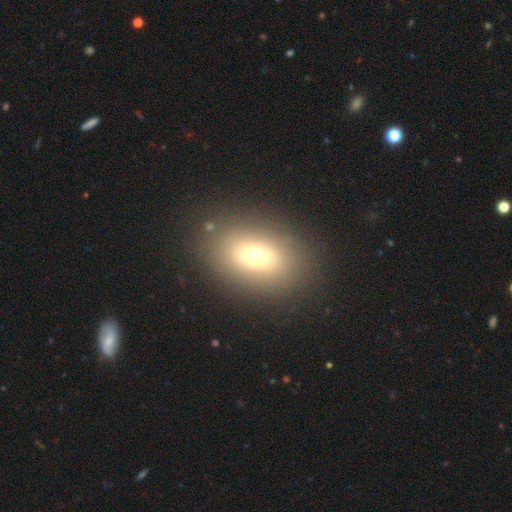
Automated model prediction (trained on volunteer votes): smooth-or-featured: smooth: 68% | featured or disk: 18% | star or artifact: 14%
  how-rounded: in between: 72% | round: 26% | cigar-shaped: 2%
  merging: none: 84% | minor disturbance: 9% | major disturbance: 5% | merger: 2%